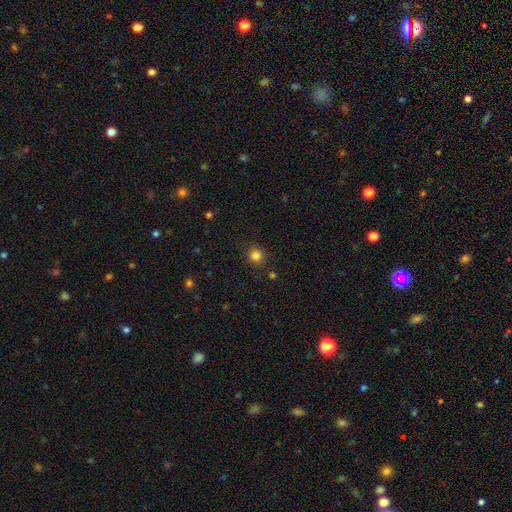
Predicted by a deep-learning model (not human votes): A smooth galaxy with no disk features (83%) that is round (89%).

Vote fractions:
- Smooth or featured? smooth: 83% / star or artifact: 13% / featured or disk: 4%
- How rounded? round: 89% / in between: 10% / cigar-shaped: 1%
- Merging? none: 85% / minor disturbance: 10% / major disturbance: 3% / merger: 2%